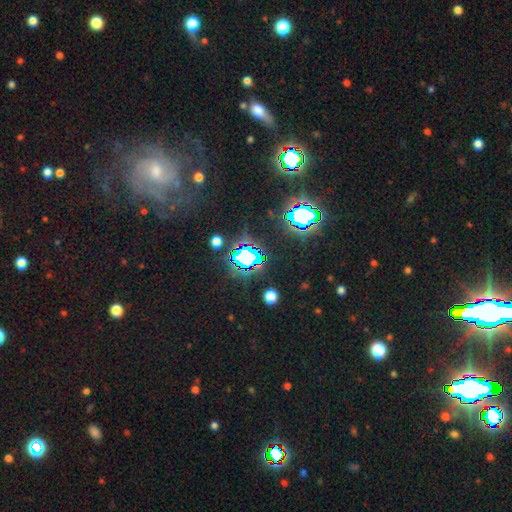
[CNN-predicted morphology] This is likely a star or artifact rather than a galaxy (76%).